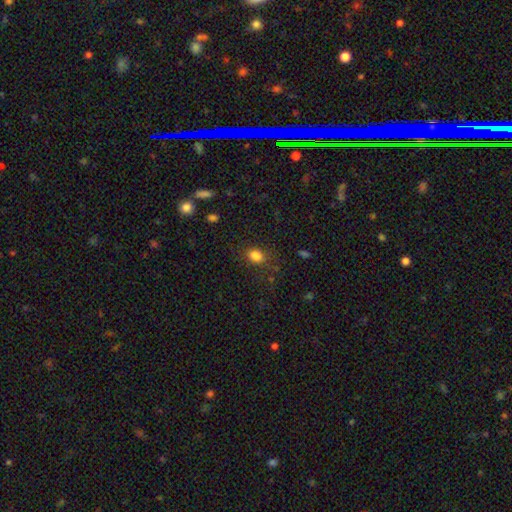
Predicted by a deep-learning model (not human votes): A smooth galaxy with no disk features (82%) that is in between round and cigar-shaped (64%). Merging: none (74%).